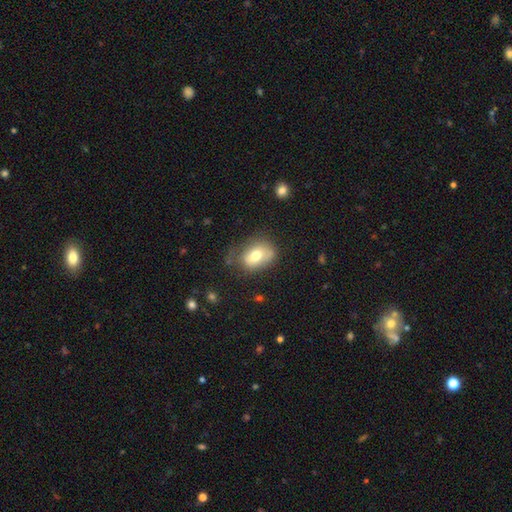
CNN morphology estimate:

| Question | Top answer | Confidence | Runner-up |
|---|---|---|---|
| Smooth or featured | smooth | 70% | featured or disk (21%) |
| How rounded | in between | 75% | round (24%) |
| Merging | none | 55% | minor disturbance (29%) |